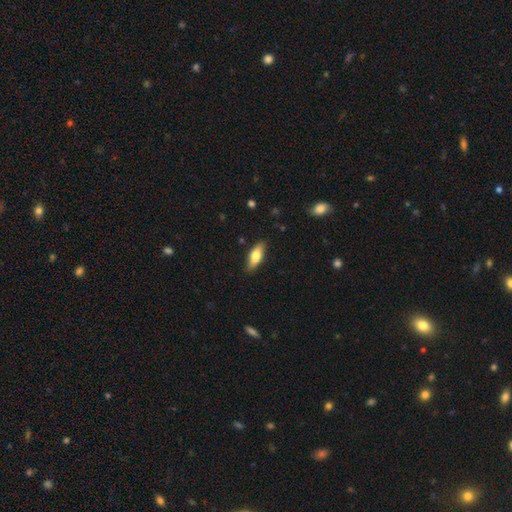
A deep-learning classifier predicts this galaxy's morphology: This appears to be a smooth galaxy with no disk features (72%) that is in between round and cigar-shaped (70%). Merging: none (85%).